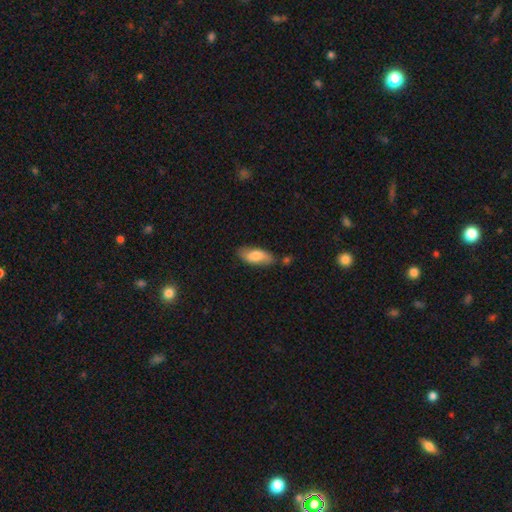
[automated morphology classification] Q: Smooth or featured?
A: smooth (76%); runner-up: featured or disk (18%)
Q: How rounded?
A: in between (83%); runner-up: cigar-shaped (15%)
Q: Merging?
A: none (72%); runner-up: minor disturbance (18%)